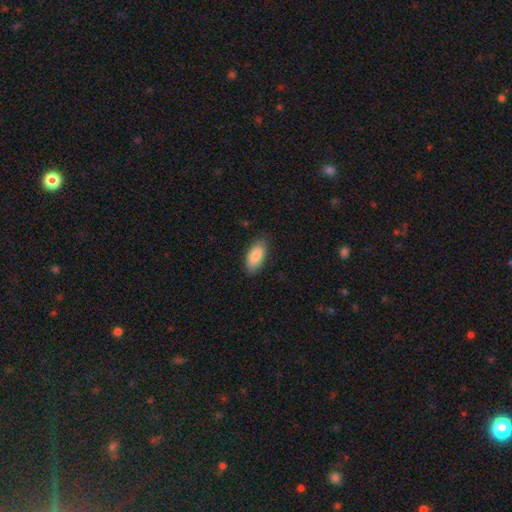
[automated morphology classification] Smooth or featured: smooth — 86% (featured or disk — 8%)
How rounded: in between — 90% (cigar-shaped — 8%)
Merging: none — 84% (minor disturbance — 13%)